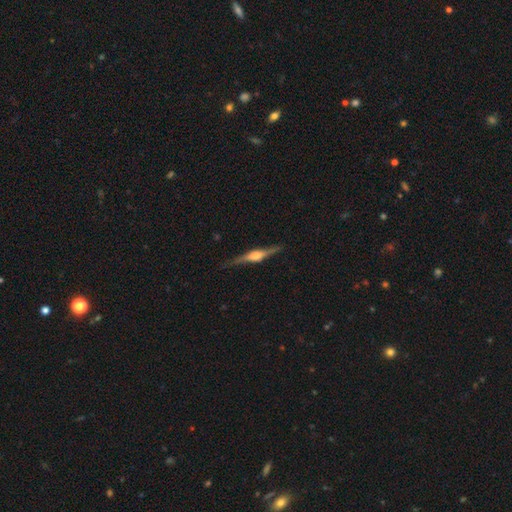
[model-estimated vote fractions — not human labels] Overall: featured or disk (81%). Edge-on disk: yes (98%). Edge-on bulge: rounded (80%). Merging: none (86%).